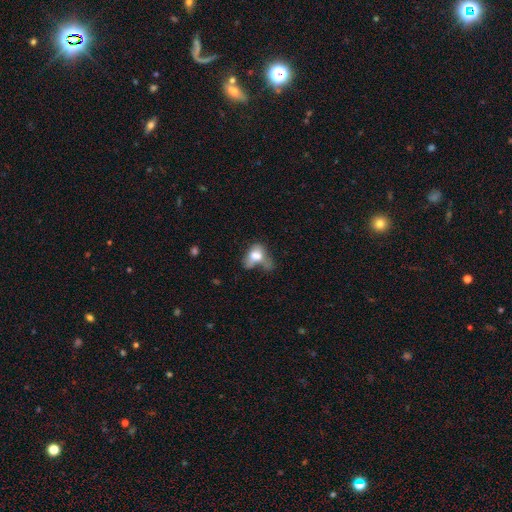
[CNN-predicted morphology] A smooth galaxy with no disk features (65%) that is in between round and cigar-shaped (79%).

Vote fractions:
- Smooth or featured? smooth: 65% / featured or disk: 25% / star or artifact: 10%
- How rounded? in between: 79% / round: 19% / cigar-shaped: 2%
- Merging? major disturbance: 35% / merger: 29% / minor disturbance: 18% / none: 17%